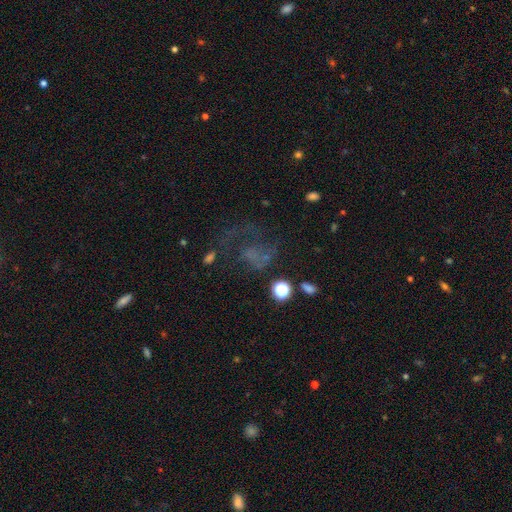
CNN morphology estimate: type=featured or disk (43%); merging=major disturbance (40%).